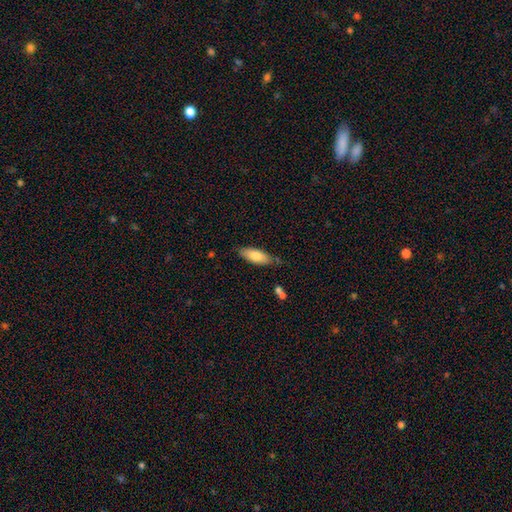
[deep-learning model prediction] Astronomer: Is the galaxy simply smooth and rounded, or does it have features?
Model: smooth — 80%.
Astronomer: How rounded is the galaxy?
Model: in between — 73%.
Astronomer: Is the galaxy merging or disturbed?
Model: none — 75%.